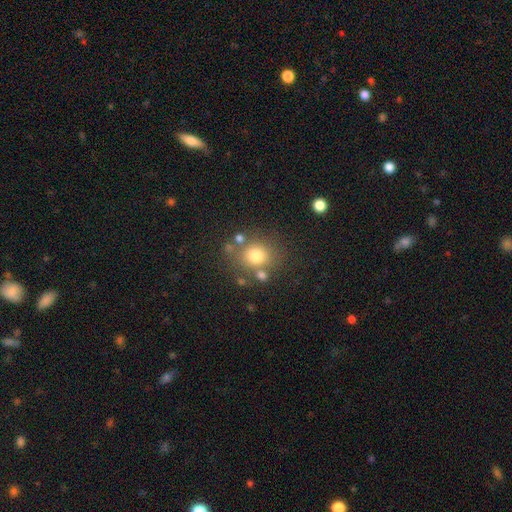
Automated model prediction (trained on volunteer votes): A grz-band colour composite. It shows a smooth galaxy with no disk features (75%) that is round (80%). Merging: none (72%).